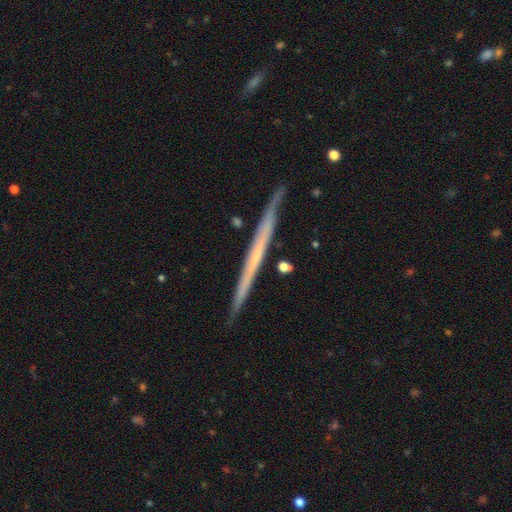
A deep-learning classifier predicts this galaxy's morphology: This is likely a featured or disk galaxy (62%). It is clearly viewed edge-on (97%). Edge-on bulge: clearly none (89%). Merging: clearly none (87%).